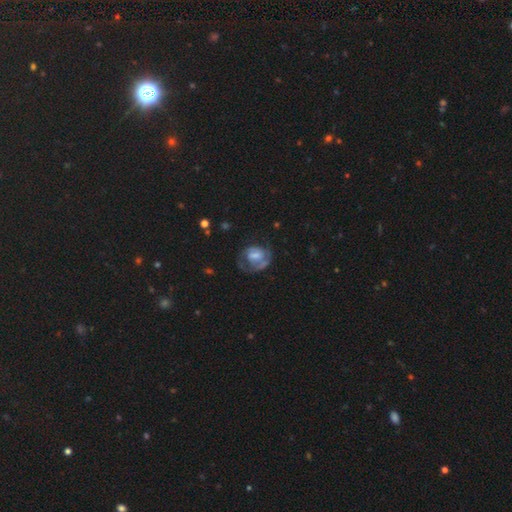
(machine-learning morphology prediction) featured or disk 59%, smooth 33%, star or artifact 8%. Down the decision tree: edge-on disk — no (97%); bar — no (50%); spiral arms — yes (65%); bulge size — moderate (35%); merging — none (46%).